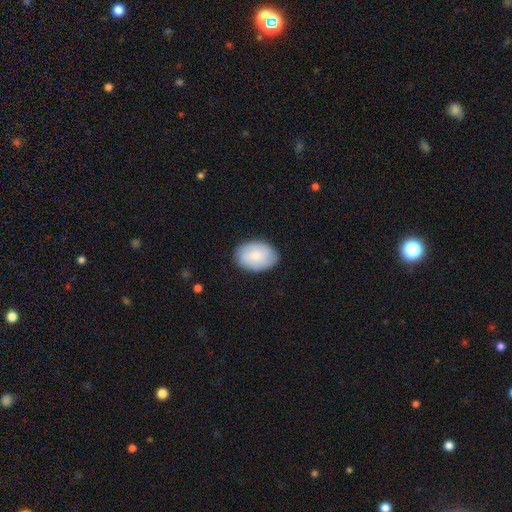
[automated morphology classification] type=smooth (77%); roundness=in between (78%); merging=none (83%).